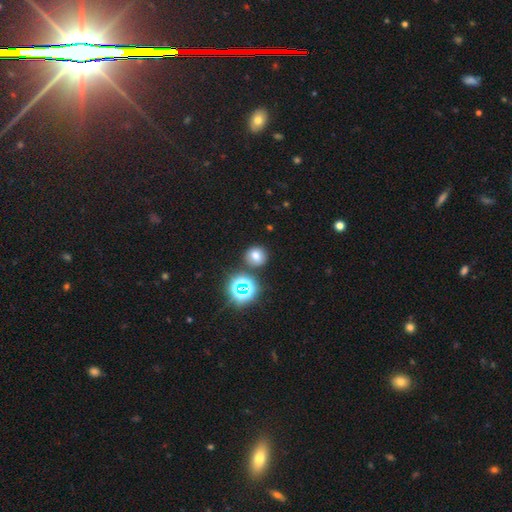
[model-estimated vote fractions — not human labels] A smooth galaxy with no disk features (69%) that is round (84%).

Vote fractions:
- Smooth or featured? smooth: 69% / star or artifact: 23% / featured or disk: 8%
- How rounded? round: 84% / in between: 15% / cigar-shaped: 1%
- Merging? none: 83% / minor disturbance: 8% / merger: 7% / major disturbance: 3%